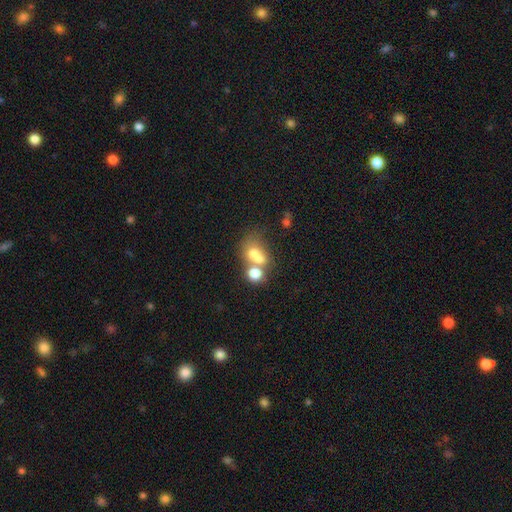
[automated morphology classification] smooth-or-featured: smooth: 68% | featured or disk: 19% | star or artifact: 13%
  how-rounded: in between: 61% | round: 37% | cigar-shaped: 2%
  merging: merger: 60% | none: 22% | major disturbance: 9% | minor disturbance: 9%